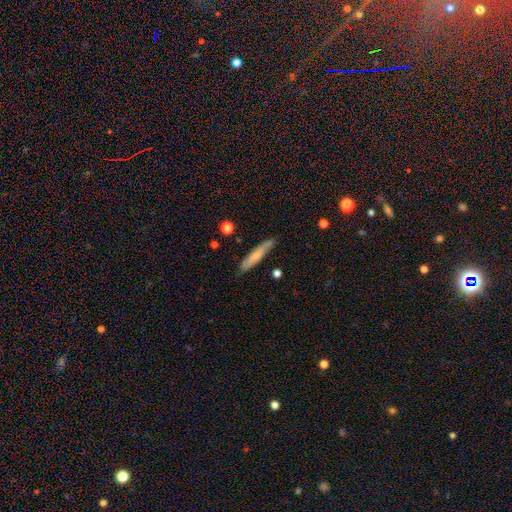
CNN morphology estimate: Overall: smooth (62%; featured or disk 32%). How rounded: cigar-shaped (89%). Merging: none (82%).